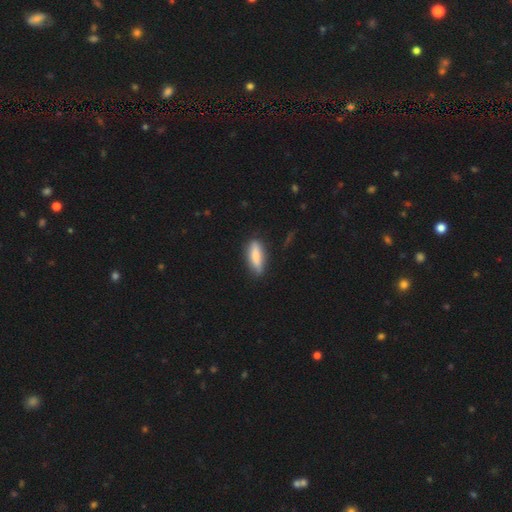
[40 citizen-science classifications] Q: Smooth or featured?
A: smooth (78%); runner-up: featured or disk (12%)
Q: How rounded?
A: cigar-shaped (61%); runner-up: in between (35%)
Q: Merging?
A: none (92%); runner-up: minor disturbance (3%)